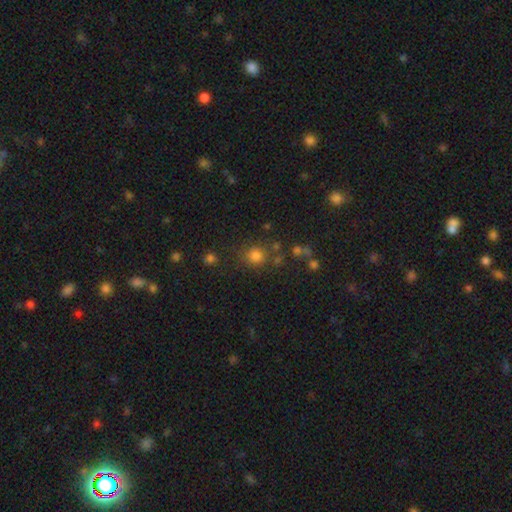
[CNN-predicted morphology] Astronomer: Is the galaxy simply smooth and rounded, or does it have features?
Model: smooth — 78%.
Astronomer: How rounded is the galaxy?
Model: round — 88%.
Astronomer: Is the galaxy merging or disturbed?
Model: none — 74%.